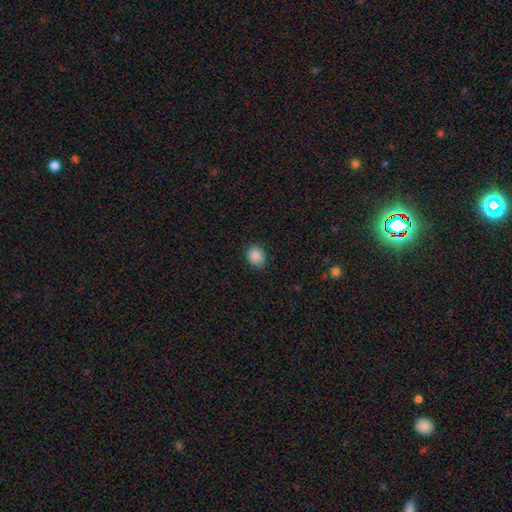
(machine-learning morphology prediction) The model was most divided on "how rounded": round: 59%, in between: 40%, cigar-shaped: 1%. More confident: smooth or featured — smooth (88%); merging — none (86%).